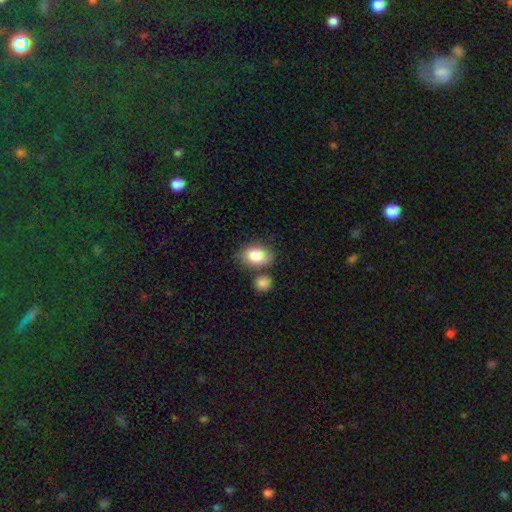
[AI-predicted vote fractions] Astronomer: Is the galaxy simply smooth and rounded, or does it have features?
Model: smooth — 82%.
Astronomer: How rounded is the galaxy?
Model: in between — 78%.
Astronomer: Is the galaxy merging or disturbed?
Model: none — 63%.